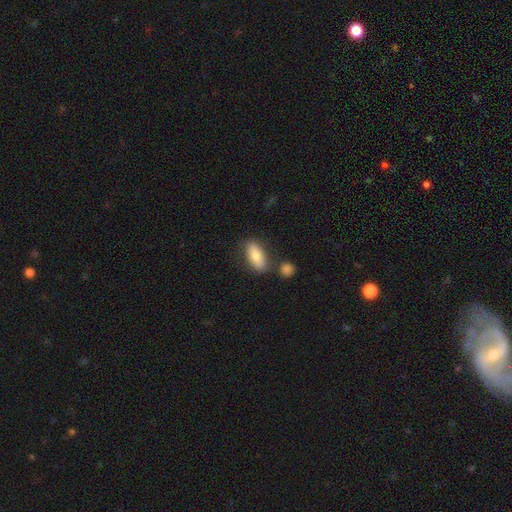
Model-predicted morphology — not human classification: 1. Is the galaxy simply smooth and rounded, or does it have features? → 82% smooth, 12% featured or disk, 6% star or artifact.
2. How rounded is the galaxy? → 82% in between, 15% cigar-shaped, 3% round.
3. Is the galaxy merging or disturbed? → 72% none, 14% minor disturbance, 10% merger, 4% major disturbance.